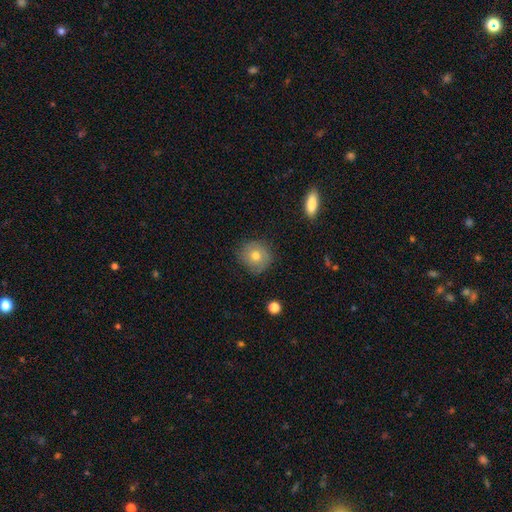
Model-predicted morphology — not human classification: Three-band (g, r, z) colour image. It shows a smooth galaxy with no disk features (67%) that is round (88%). Merging: none (79%).